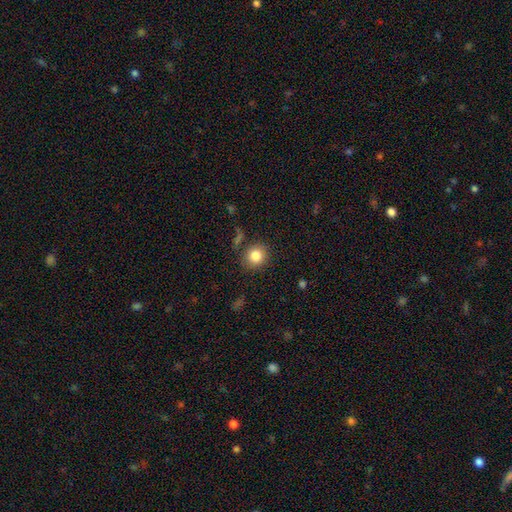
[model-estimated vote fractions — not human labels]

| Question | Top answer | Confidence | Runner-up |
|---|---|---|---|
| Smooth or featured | smooth | 83% | star or artifact (11%) |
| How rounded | round | 86% | in between (13%) |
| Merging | none | 85% | minor disturbance (9%) |